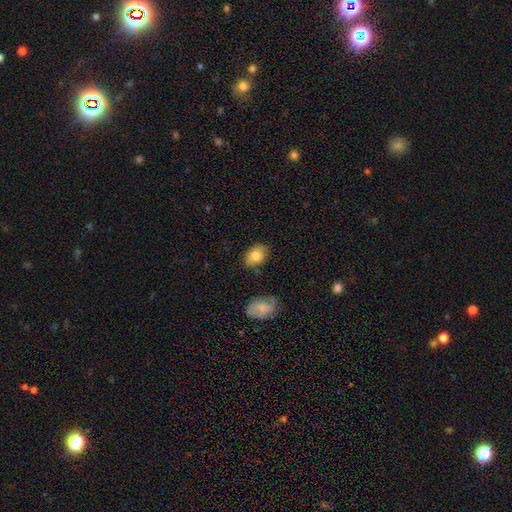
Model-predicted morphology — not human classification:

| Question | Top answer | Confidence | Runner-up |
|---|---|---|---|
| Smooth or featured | smooth | 82% | featured or disk (11%) |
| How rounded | in between | 81% | round (18%) |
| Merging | none | 78% | minor disturbance (16%) |